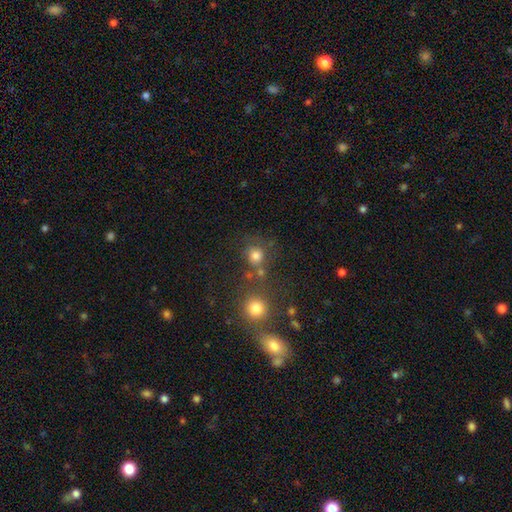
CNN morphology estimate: type=smooth (75%); roundness=round (85%); merging=none (60%).